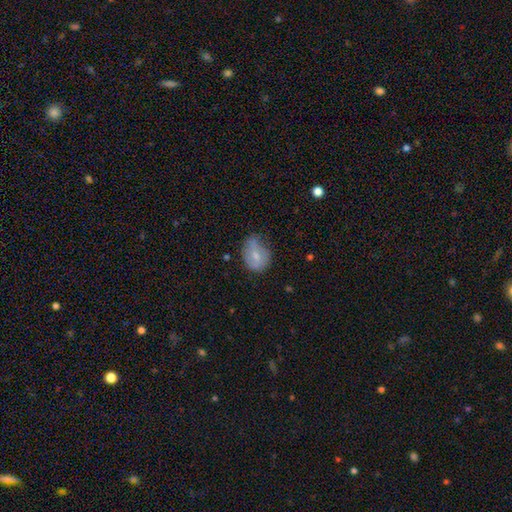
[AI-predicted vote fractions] Smooth or featured: smooth — 68% (featured or disk — 24%)
How rounded: in between — 54% (round — 45%)
Merging: none — 44% (minor disturbance — 40%)